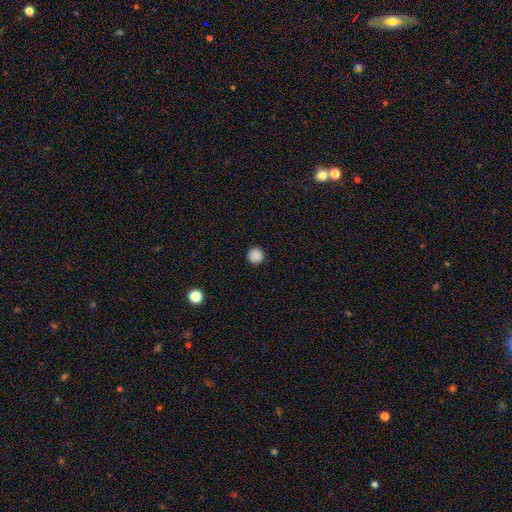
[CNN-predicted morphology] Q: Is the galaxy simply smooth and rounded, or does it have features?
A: smooth — 88%.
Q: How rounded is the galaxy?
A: round — 96%.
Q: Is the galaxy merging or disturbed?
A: none — 93%.